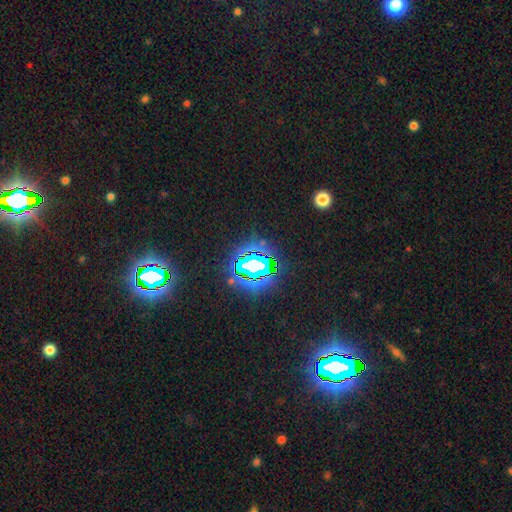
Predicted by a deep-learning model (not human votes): Smooth or featured? star or artifact (82%)